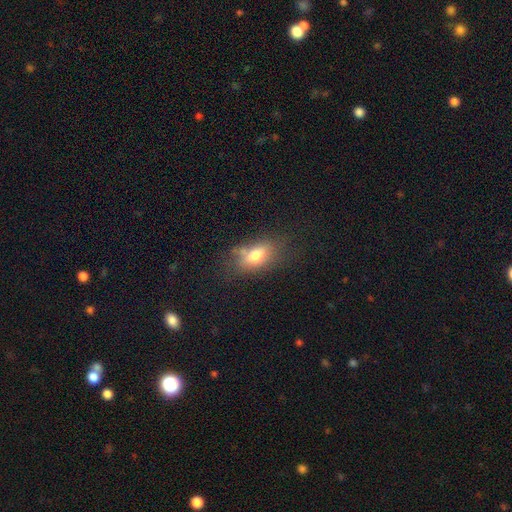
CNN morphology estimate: A smooth galaxy with no disk features (73%) that is in between round and cigar-shaped (84%). Merging: none (55%).